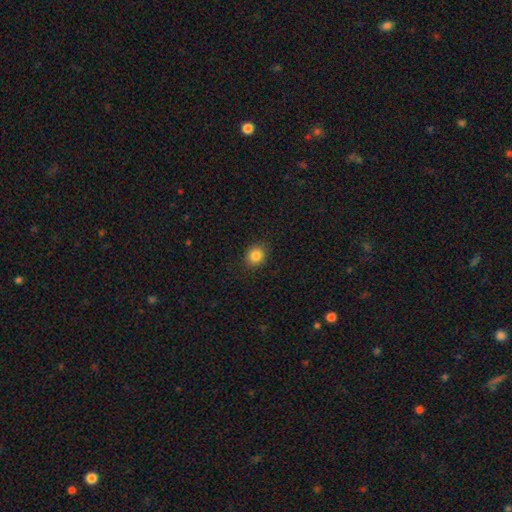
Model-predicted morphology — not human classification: Smooth or featured?
  - smooth: 85% *
  - star or artifact: 11%
  - featured or disk: 5%
How rounded?
  - round: 74% *
  - in between: 25%
  - cigar-shaped: 1%
Merging?
  - none: 89% *
  - minor disturbance: 7%
  - major disturbance: 2%
  - merger: 1%